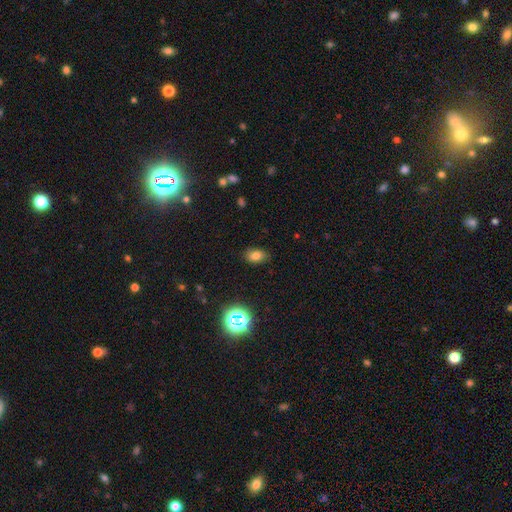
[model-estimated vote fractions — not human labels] This appears to be a smooth galaxy with no disk features (76%) that is in between round and cigar-shaped (84%). Merging: none (84%).